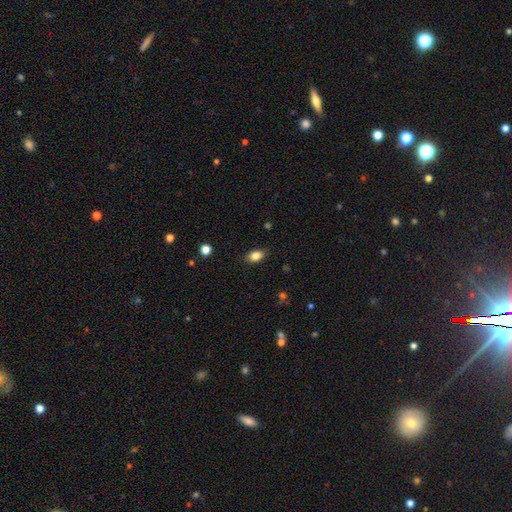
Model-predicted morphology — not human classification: Q: Smooth or featured?
A: smooth (83%); runner-up: star or artifact (9%)
Q: How rounded?
A: in between (84%); runner-up: round (14%)
Q: Merging?
A: none (85%); runner-up: minor disturbance (11%)